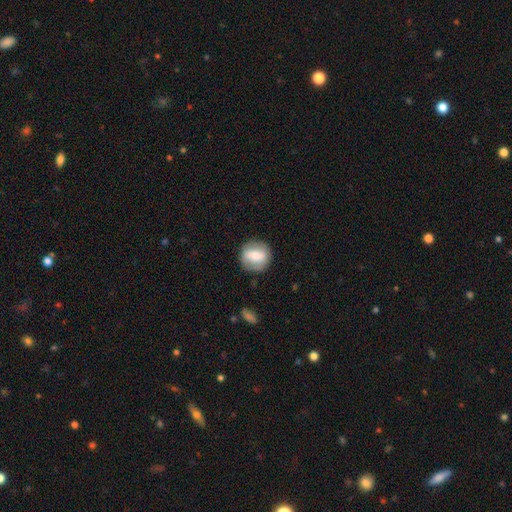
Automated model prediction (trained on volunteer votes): Smooth or featured: smooth — 51% (featured or disk — 42%)
How rounded: round — 86% (in between — 12%)
Merging: none — 85% (minor disturbance — 10%)